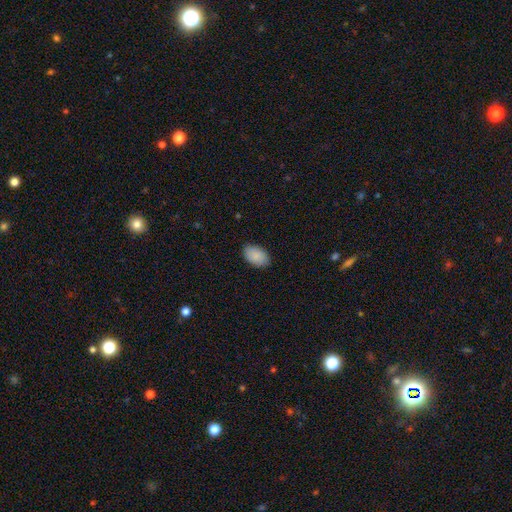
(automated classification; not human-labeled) This is clearly a smooth galaxy (90%). How rounded: clearly in between (91%). Merging: clearly none (87%).